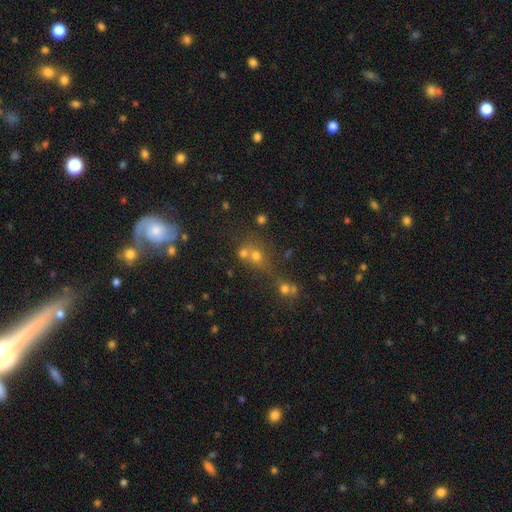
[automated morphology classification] A smooth galaxy with no disk features (54%) that is round (77%).

Vote fractions:
- Smooth or featured? smooth: 54% / star or artifact: 30% / featured or disk: 16%
- How rounded? round: 77% / in between: 21% / cigar-shaped: 2%
- Merging? none: 43% / merger: 42% / minor disturbance: 9% / major disturbance: 6%